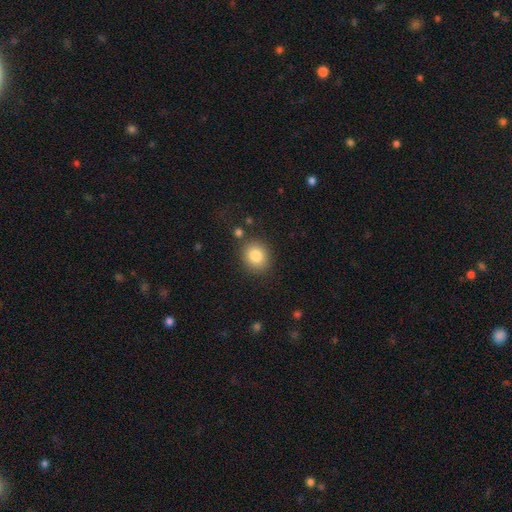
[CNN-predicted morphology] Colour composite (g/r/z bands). It shows a smooth galaxy with no disk features (83%) that is round (71%). Merging: none (84%).